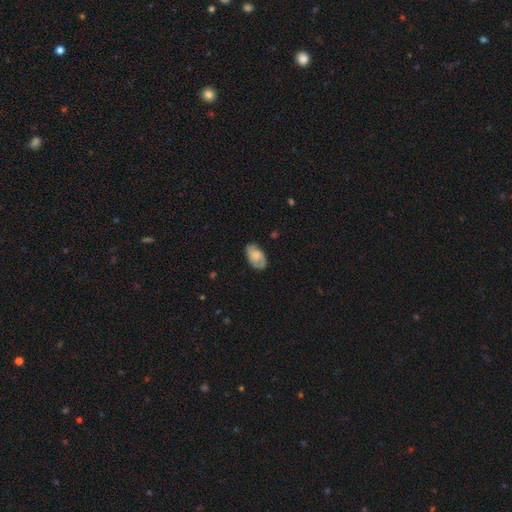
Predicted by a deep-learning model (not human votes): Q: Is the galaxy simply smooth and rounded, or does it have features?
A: smooth — 52%.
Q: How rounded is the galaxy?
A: in between — 92%.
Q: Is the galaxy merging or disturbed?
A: none — 72%.